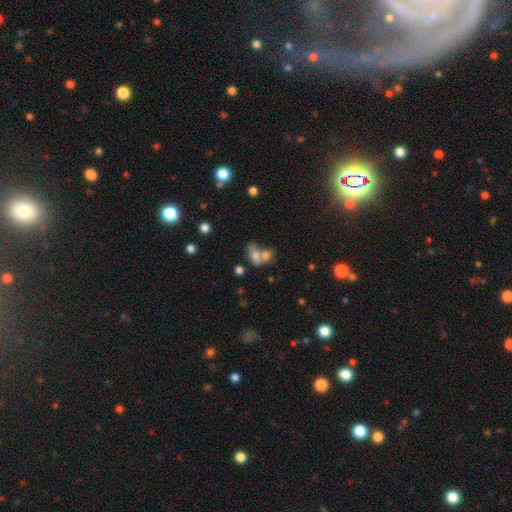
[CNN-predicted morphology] The model was most divided on "merging": merger: 62%, none: 23%, minor disturbance: 9%, major disturbance: 7%. More confident: how rounded — in between (77%); smooth or featured — smooth (70%).